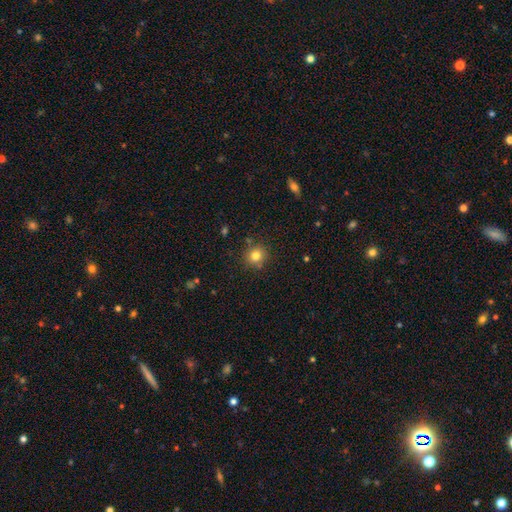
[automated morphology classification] Smooth or featured: smooth — 80% (star or artifact — 13%)
How rounded: round — 90% (in between — 9%)
Merging: none — 84% (minor disturbance — 10%)